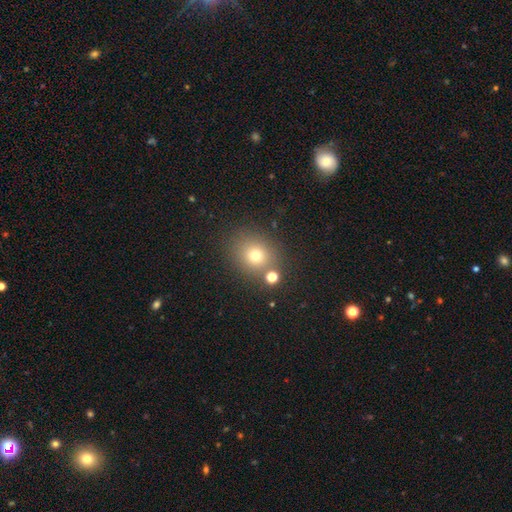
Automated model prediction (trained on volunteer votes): A smooth galaxy with no disk features (72%) that is round (72%). Merging: none (75%).